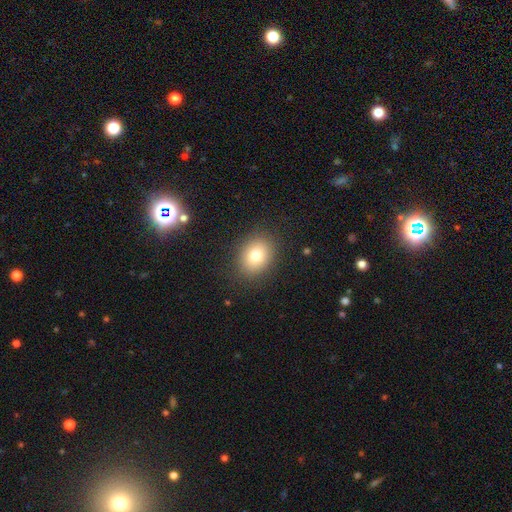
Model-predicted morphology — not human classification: smooth-or-featured: smooth: 79% | featured or disk: 11% | star or artifact: 11%
  how-rounded: in between: 56% | round: 43% | cigar-shaped: 1%
  merging: none: 87% | minor disturbance: 9% | major disturbance: 3% | merger: 1%